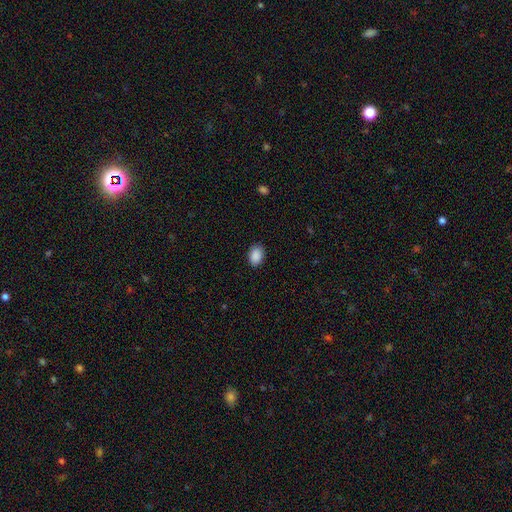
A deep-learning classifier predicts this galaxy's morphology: Smooth or featured? smooth (90%)
How rounded? in between (83%)
Merging? none (88%)